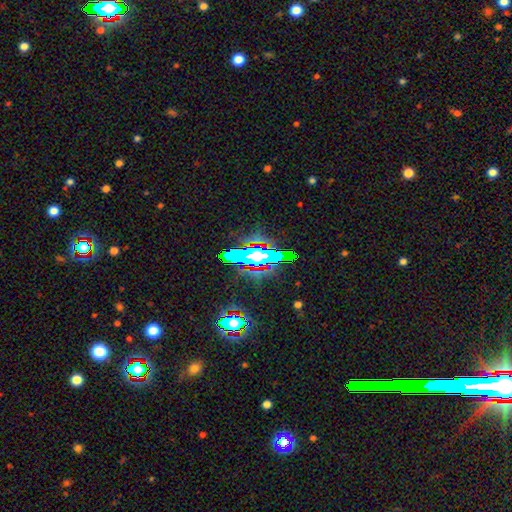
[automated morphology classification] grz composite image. It shows a star or artifact, not a galaxy (52%).